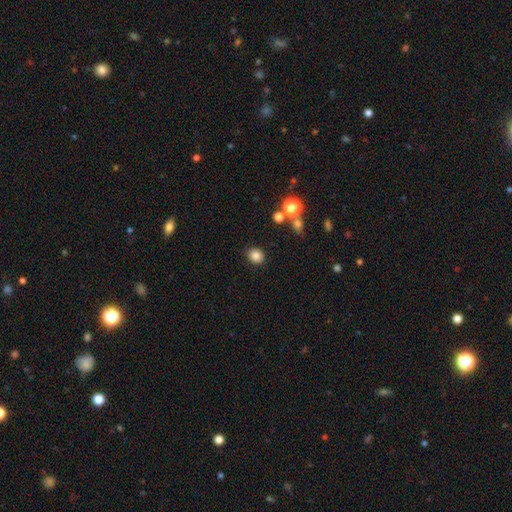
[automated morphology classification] smooth 83%, star or artifact 12%, featured or disk 5%. Down the decision tree: how rounded — round (75%); merging — none (87%).